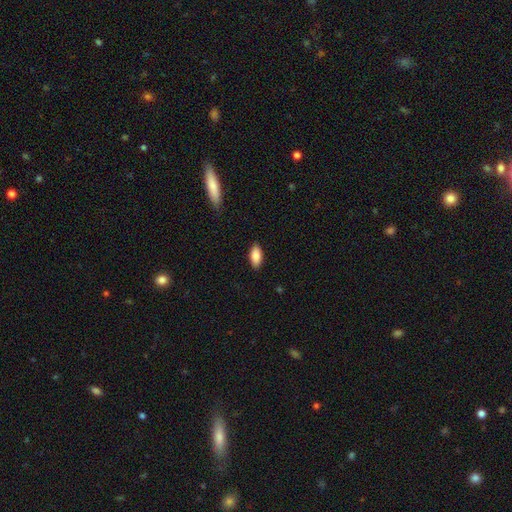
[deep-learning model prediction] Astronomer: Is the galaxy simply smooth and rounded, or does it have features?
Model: smooth — 87%.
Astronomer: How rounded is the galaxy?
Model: in between — 89%.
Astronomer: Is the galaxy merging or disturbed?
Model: none — 88%.